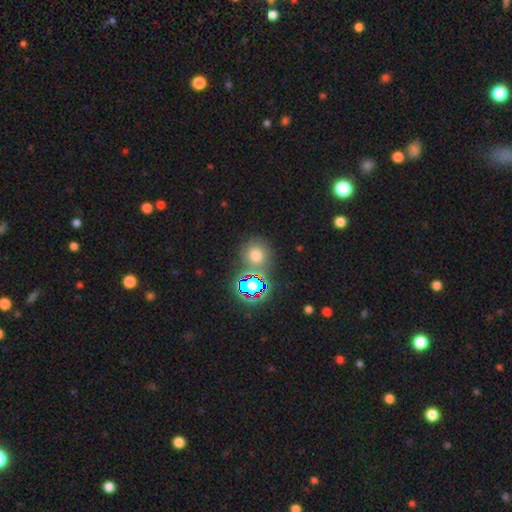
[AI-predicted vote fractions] A smooth galaxy with no disk features (61%) that is round (82%).

Vote fractions:
- Smooth or featured? smooth: 61% / star or artifact: 30% / featured or disk: 9%
- How rounded? round: 82% / in between: 16% / cigar-shaped: 1%
- Merging? none: 71% / merger: 13% / minor disturbance: 11% / major disturbance: 5%